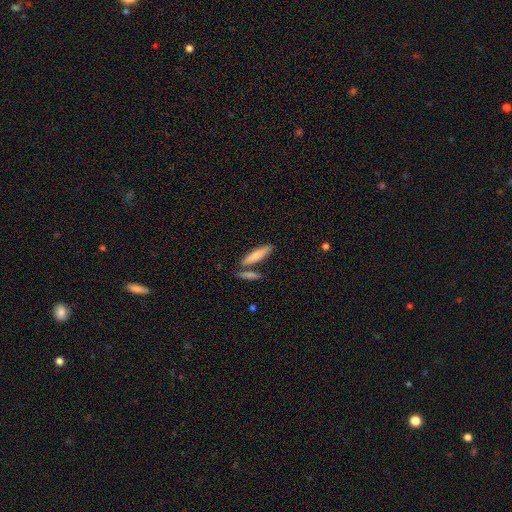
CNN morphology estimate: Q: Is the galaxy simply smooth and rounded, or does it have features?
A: smooth — 77%.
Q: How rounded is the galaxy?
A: cigar-shaped — 77%.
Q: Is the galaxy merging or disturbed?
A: none — 71%.